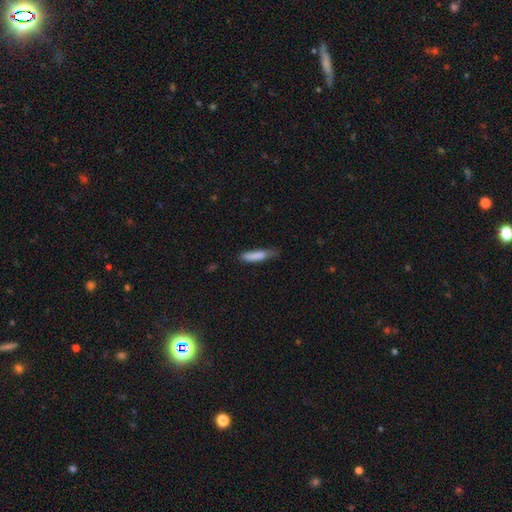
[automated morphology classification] A smooth galaxy with no disk features (83%) that is cigar-shaped (78%). Merging: none (54%).